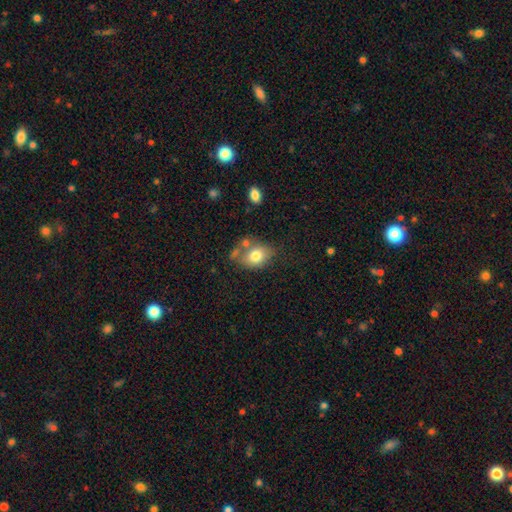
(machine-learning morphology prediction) smooth-or-featured: smooth: 75% | featured or disk: 16% | star or artifact: 9%
  how-rounded: in between: 65% | round: 34% | cigar-shaped: 1%
  merging: none: 48% | minor disturbance: 23% | merger: 19% | major disturbance: 10%